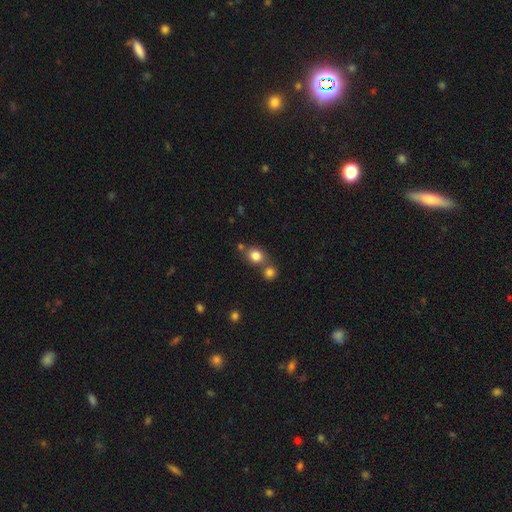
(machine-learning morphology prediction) Smooth or featured?
  - smooth: 81% *
  - star or artifact: 11%
  - featured or disk: 8%
How rounded?
  - round: 67% *
  - in between: 32%
  - cigar-shaped: 1%
Merging?
  - none: 53% *
  - merger: 34%
  - minor disturbance: 9%
  - major disturbance: 3%